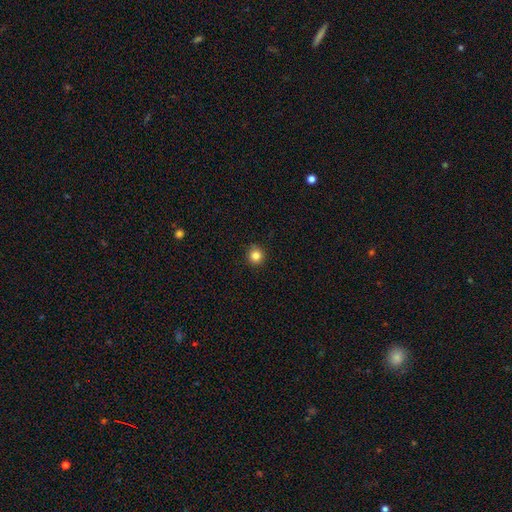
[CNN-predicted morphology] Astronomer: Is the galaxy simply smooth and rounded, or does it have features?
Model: smooth — 84%.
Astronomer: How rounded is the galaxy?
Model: round — 93%.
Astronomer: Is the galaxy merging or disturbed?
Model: none — 90%.